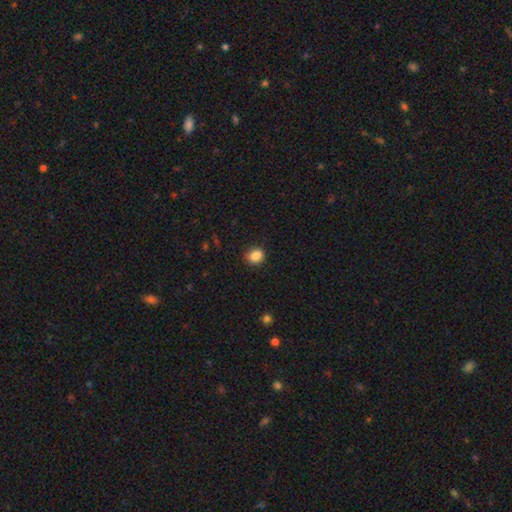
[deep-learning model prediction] Morphology: type=smooth (87%); roundness=round (55%); merging=none (86%).